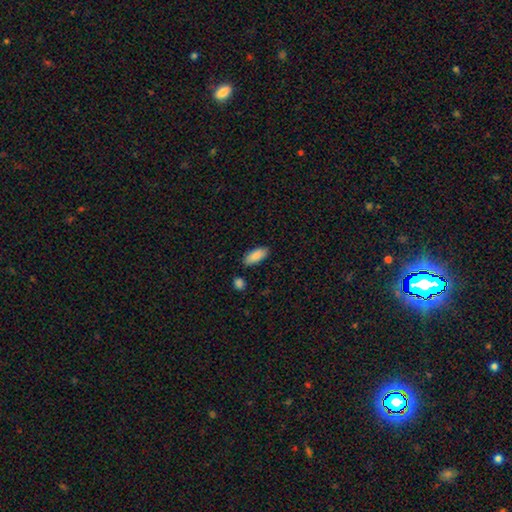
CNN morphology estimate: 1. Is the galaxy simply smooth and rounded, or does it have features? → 88% smooth, 6% star or artifact, 6% featured or disk.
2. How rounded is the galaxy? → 84% in between, 14% cigar-shaped, 2% round.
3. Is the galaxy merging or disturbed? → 84% none, 11% minor disturbance, 3% merger, 2% major disturbance.